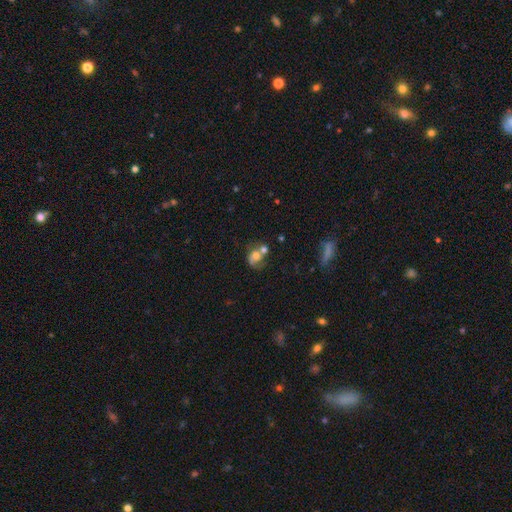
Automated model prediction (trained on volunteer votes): Smooth or featured? smooth (51%)
How rounded? in between (51%)
Merging? merger (44%)